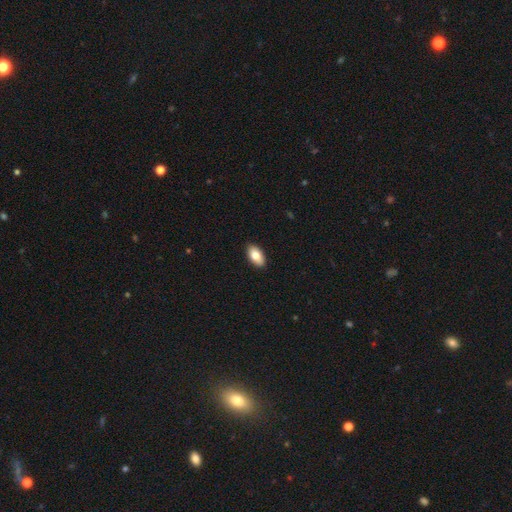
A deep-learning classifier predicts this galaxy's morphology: Q: Smooth or featured?
A: smooth (80%); runner-up: featured or disk (13%)
Q: How rounded?
A: in between (93%); runner-up: round (4%)
Q: Merging?
A: none (90%); runner-up: minor disturbance (7%)